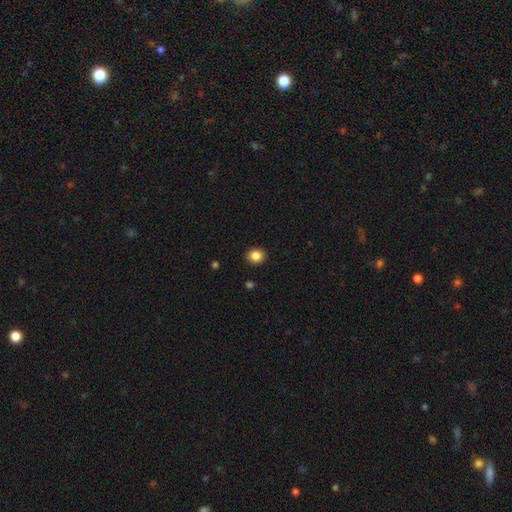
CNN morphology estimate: The model was most divided on "how rounded": round: 79%, in between: 20%, cigar-shaped: 1%. More confident: merging — none (91%); smooth or featured — smooth (86%).